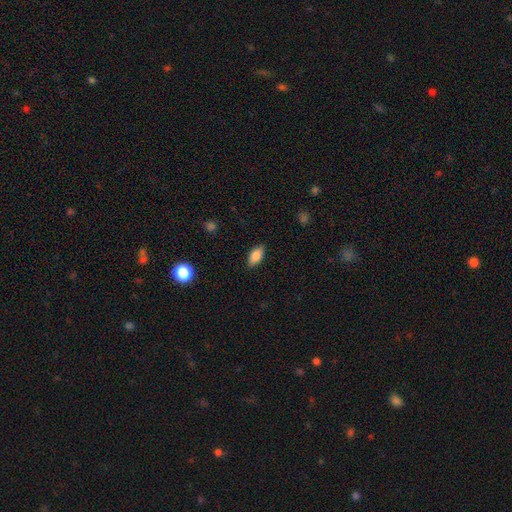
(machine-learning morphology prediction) Overall: smooth (84%). How rounded: in between (89%). Merging: none (85%).